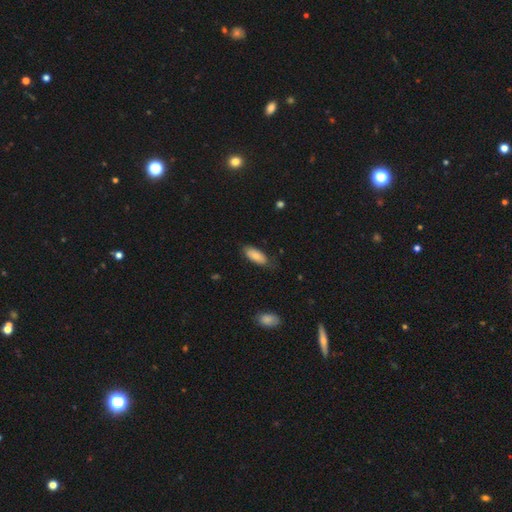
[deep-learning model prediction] Morphology: type=smooth (82%); roundness=in between (83%); merging=none (72%).